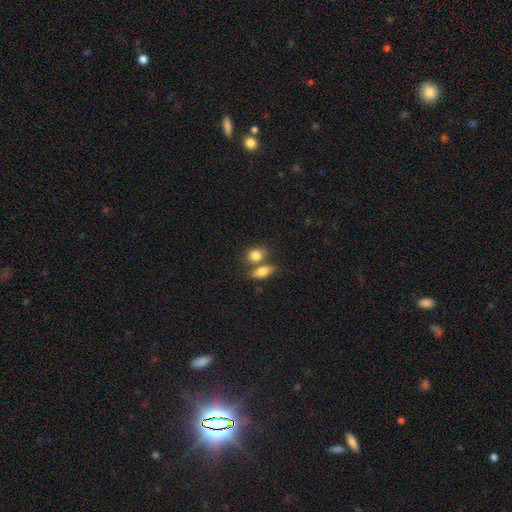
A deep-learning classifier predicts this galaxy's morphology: A smooth galaxy with no disk features (83%) that is in between round and cigar-shaped (62%).

Vote fractions:
- Smooth or featured? smooth: 83% / featured or disk: 9% / star or artifact: 8%
- How rounded? in between: 62% / round: 35% / cigar-shaped: 3%
- Merging? none: 43% (tied) / merger: 43% (tied) / minor disturbance: 10% / major disturbance: 4%